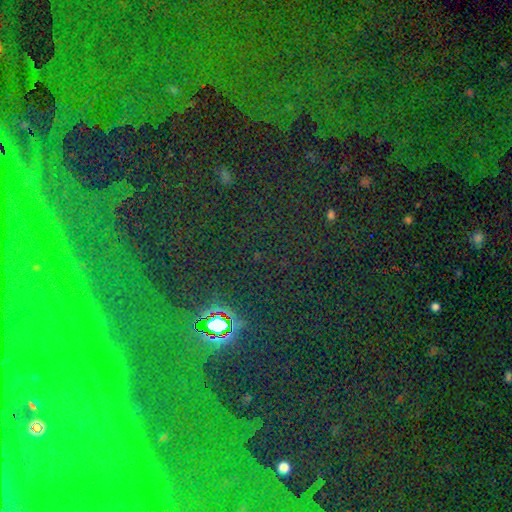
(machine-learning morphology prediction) Smooth or featured? star or artifact (76%)